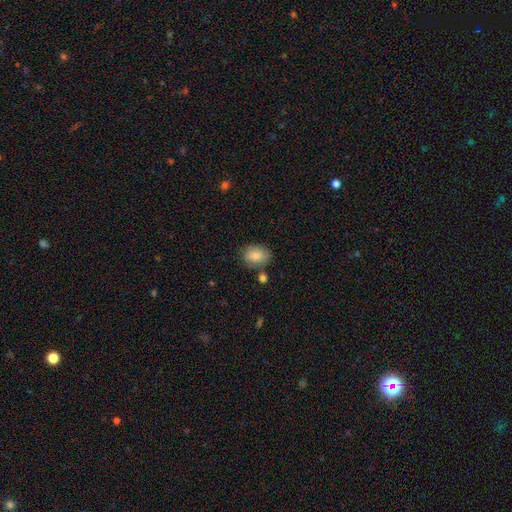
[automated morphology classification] Smooth or featured?
  - smooth: 84% *
  - featured or disk: 9%
  - star or artifact: 7%
How rounded?
  - in between: 72% *
  - round: 27%
  - cigar-shaped: 1%
Merging?
  - none: 74% *
  - minor disturbance: 16%
  - merger: 6%
  - major disturbance: 4%